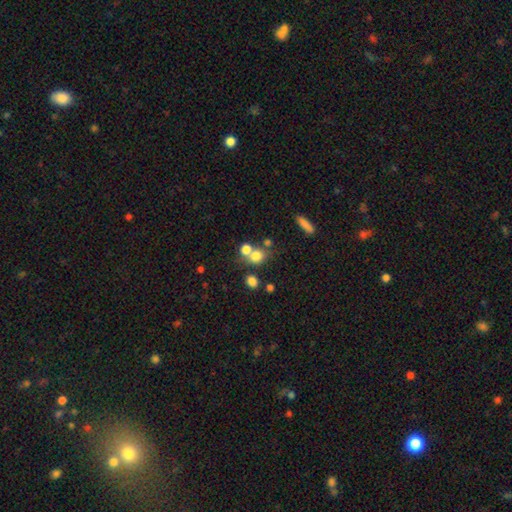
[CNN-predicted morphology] Q: Smooth or featured?
A: smooth (75%); runner-up: star or artifact (14%)
Q: How rounded?
A: round (66%); runner-up: in between (32%)
Q: Merging?
A: none (45%); runner-up: merger (41%)